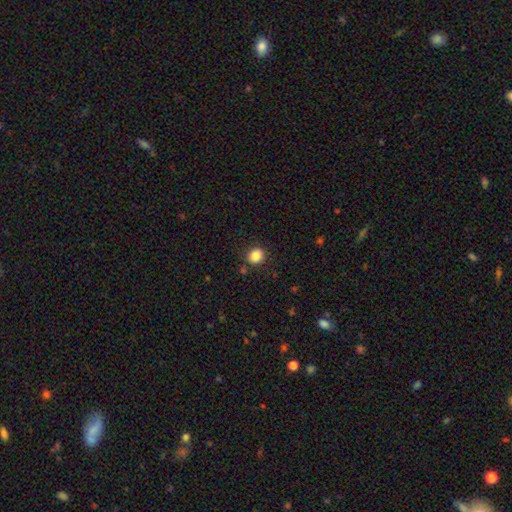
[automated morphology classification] Q: Smooth or featured?
A: smooth (85%); runner-up: star or artifact (11%)
Q: How rounded?
A: round (74%); runner-up: in between (25%)
Q: Merging?
A: none (86%); runner-up: minor disturbance (8%)